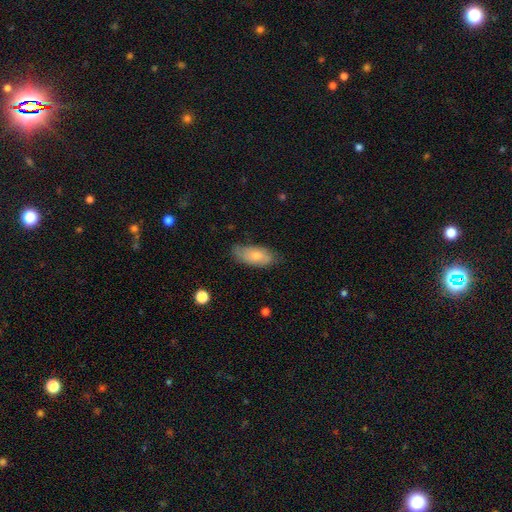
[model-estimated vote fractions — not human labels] smooth-or-featured: smooth: 65% | featured or disk: 28% | star or artifact: 6%
  how-rounded: in between: 88% | cigar-shaped: 10% | round: 3%
  merging: none: 67% | minor disturbance: 26% | major disturbance: 6% | merger: 1%